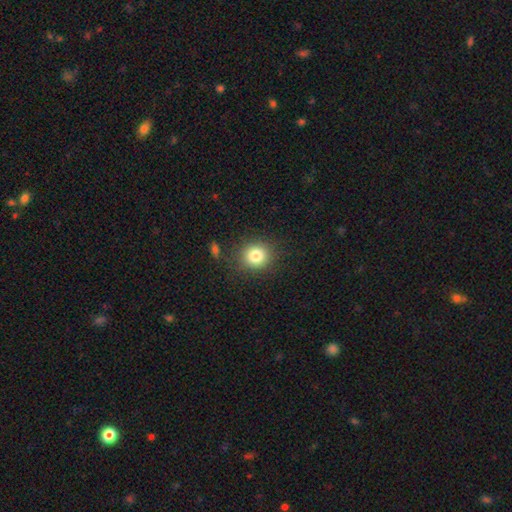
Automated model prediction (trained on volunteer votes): This is clearly a smooth galaxy (81%). How rounded: clearly round (88%). Merging: clearly none (86%).